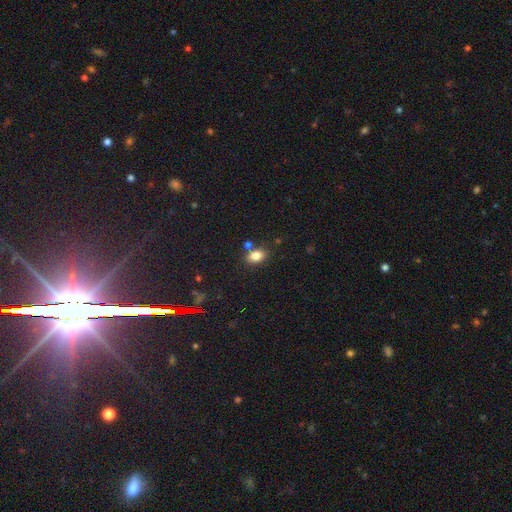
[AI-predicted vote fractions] Smooth or featured? smooth (83%)
How rounded? in between (83%)
Merging? none (72%)